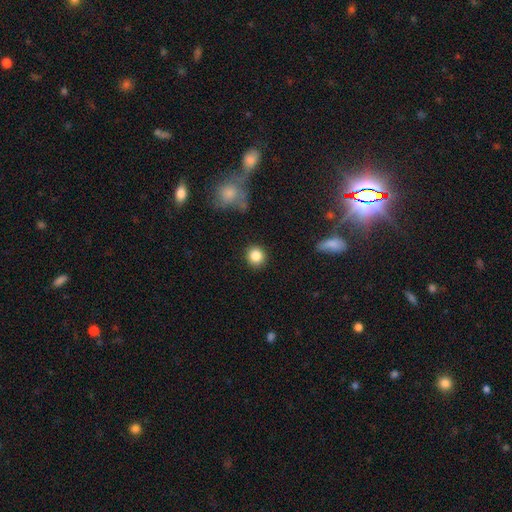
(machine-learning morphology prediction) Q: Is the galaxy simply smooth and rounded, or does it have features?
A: smooth — 86%.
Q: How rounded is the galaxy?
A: round — 91%.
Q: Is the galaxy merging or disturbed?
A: none — 89%.